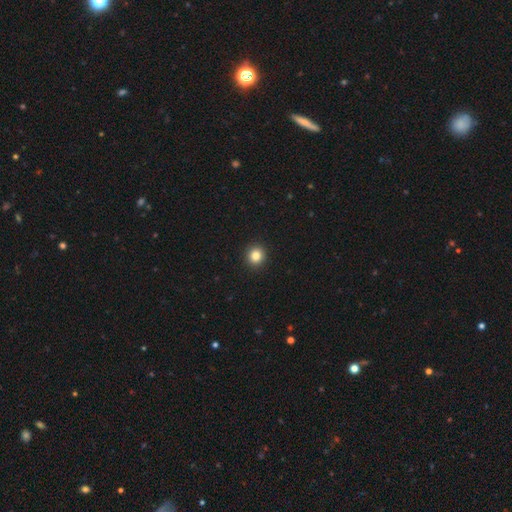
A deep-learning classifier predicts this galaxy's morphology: type=smooth (84%); roundness=round (91%); merging=none (93%).